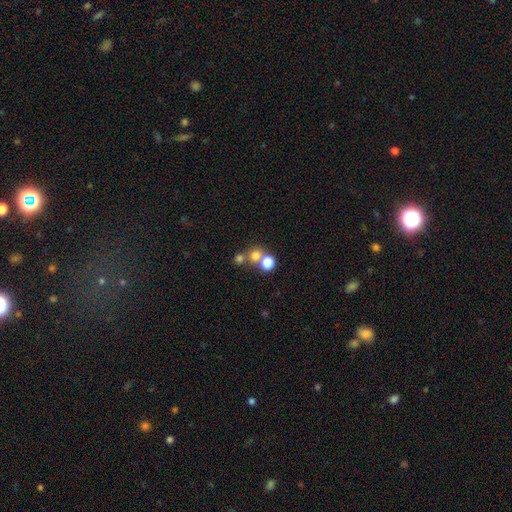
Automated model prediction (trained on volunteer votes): Morphology: type=smooth (71%); roundness=round (85%); merging=none (52%).